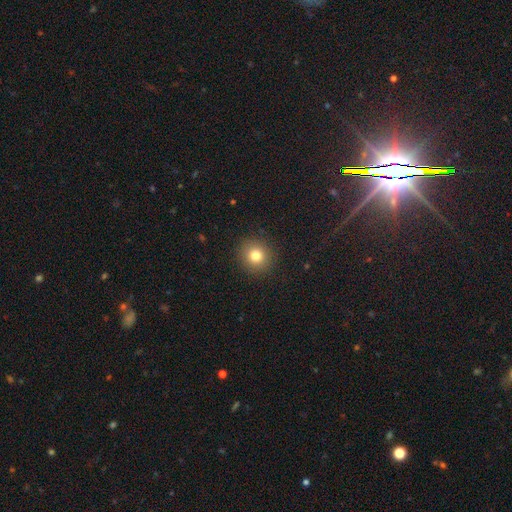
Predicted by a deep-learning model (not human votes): This is likely a smooth galaxy (80%). How rounded: clearly round (91%). Merging: clearly none (91%).